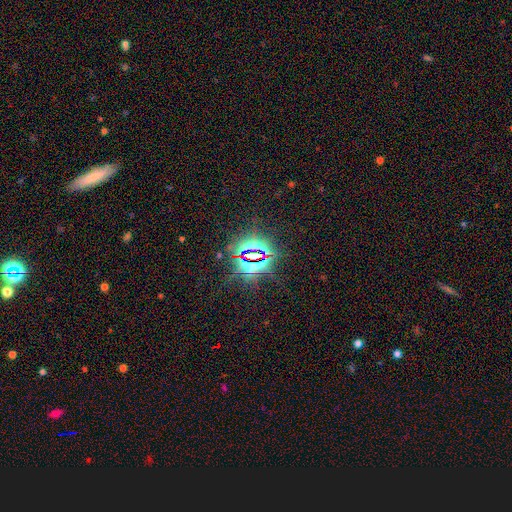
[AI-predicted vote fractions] Smooth or featured?
  - star or artifact: 84% *
  - smooth: 9%
  - featured or disk: 7%